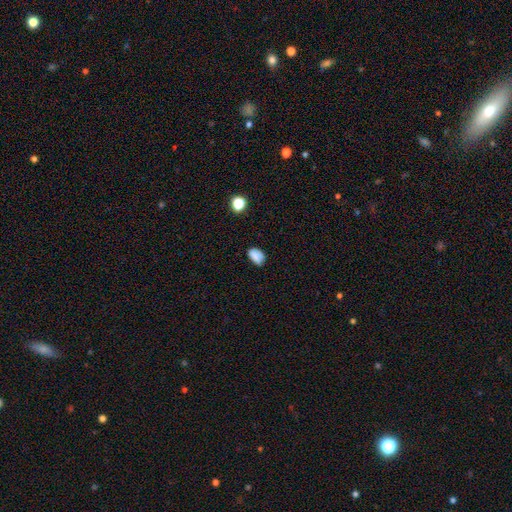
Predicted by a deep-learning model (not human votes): Q: Smooth or featured?
A: smooth (82%); runner-up: star or artifact (11%)
Q: How rounded?
A: in between (87%); runner-up: round (12%)
Q: Merging?
A: none (68%); runner-up: minor disturbance (25%)